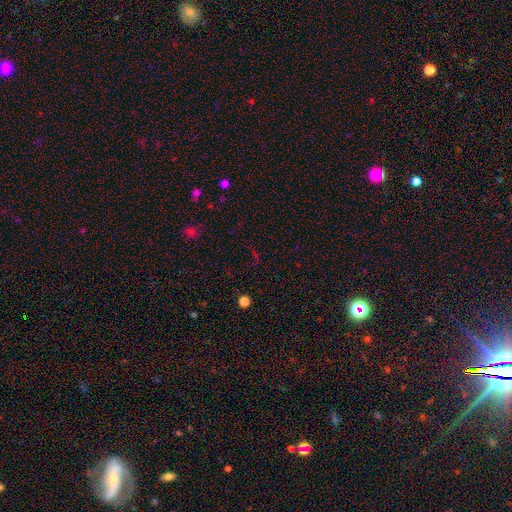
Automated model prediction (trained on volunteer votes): star or artifact 65%, smooth 25%, featured or disk 10%.